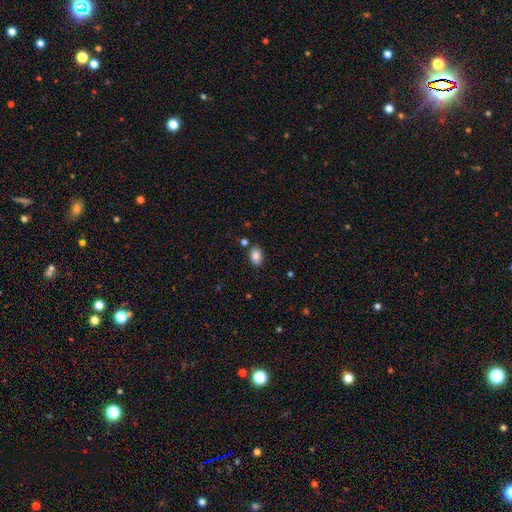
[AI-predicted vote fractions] Smooth or featured? Predicted: smooth (p=0.84). How rounded? Predicted: in between (p=0.83). Merging? Predicted: none (p=0.80).